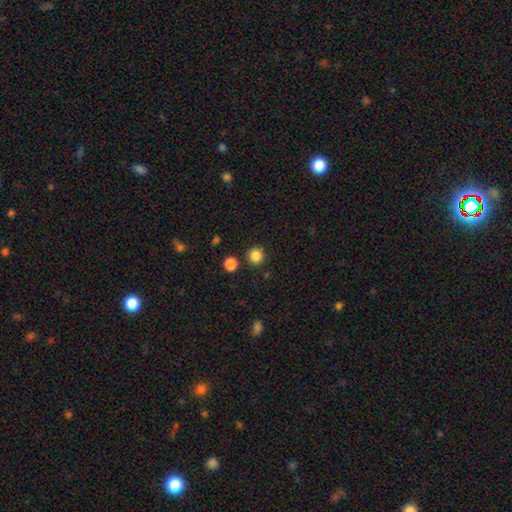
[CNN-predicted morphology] This appears to be a smooth galaxy with no disk features (85%) that is round (94%). Merging: none (88%).